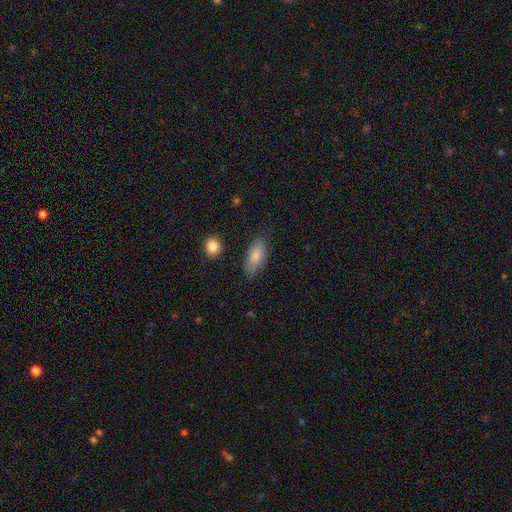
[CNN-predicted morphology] Q: Smooth or featured?
A: smooth (81%); runner-up: featured or disk (13%)
Q: How rounded?
A: in between (81%); runner-up: cigar-shaped (16%)
Q: Merging?
A: none (78%); runner-up: minor disturbance (16%)